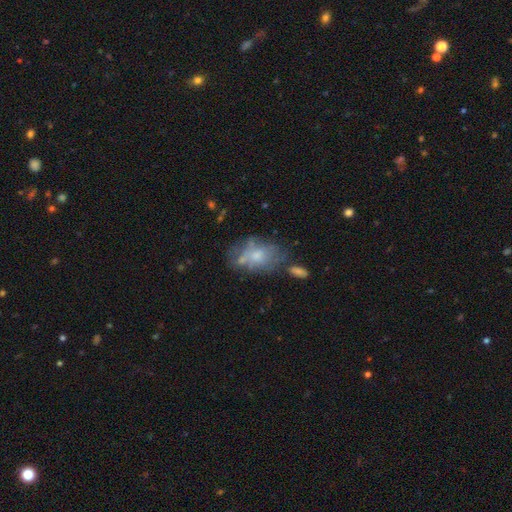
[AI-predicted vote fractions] smooth-or-featured: smooth: 49% | featured or disk: 41% | star or artifact: 10%
  merging: none: 42% | minor disturbance: 27% | major disturbance: 17% | merger: 14%